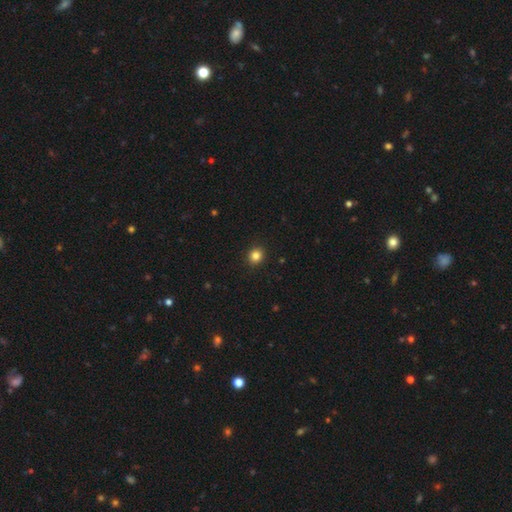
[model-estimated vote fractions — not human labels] Q: Smooth or featured?
A: smooth (84%); runner-up: star or artifact (12%)
Q: How rounded?
A: round (82%); runner-up: in between (17%)
Q: Merging?
A: none (92%); runner-up: minor disturbance (6%)